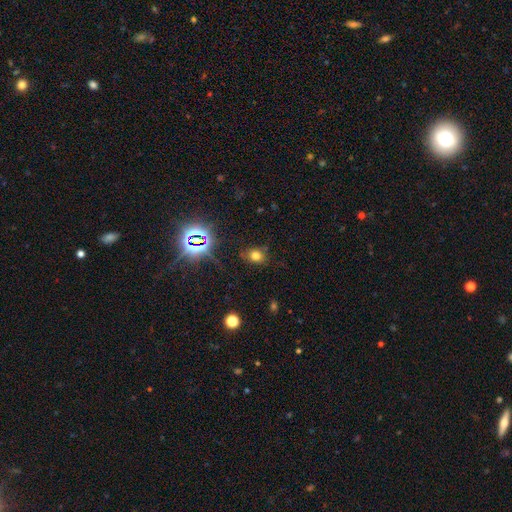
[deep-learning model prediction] Morphology: type=smooth (66%); roundness=in between (50%); merging=none (77%).